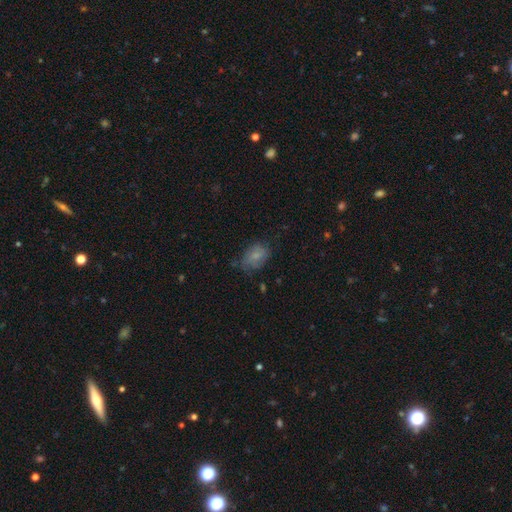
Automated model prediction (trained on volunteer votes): This appears to be a smooth galaxy with no disk features (69%) that is in between round and cigar-shaped (73%). Merging: none (54%).